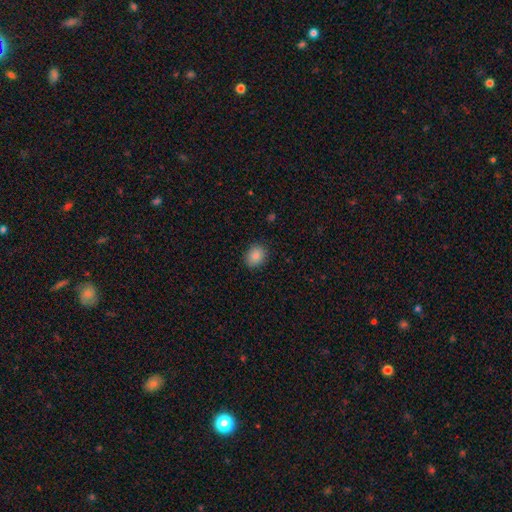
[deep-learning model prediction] Smooth or featured?
  - smooth: 86% *
  - star or artifact: 9%
  - featured or disk: 5%
How rounded?
  - round: 52% *
  - in between: 47%
  - cigar-shaped: 1%
Merging?
  - none: 88% *
  - minor disturbance: 9%
  - major disturbance: 2%
  - merger: 1%